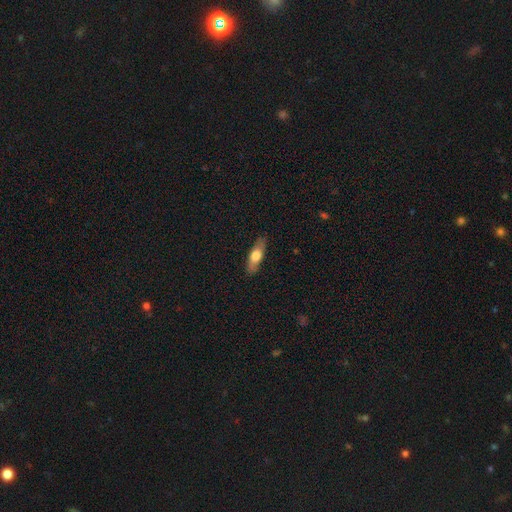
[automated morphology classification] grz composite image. It shows a smooth galaxy with no disk features (63%) that is in between round and cigar-shaped (52%). Merging: none (86%).